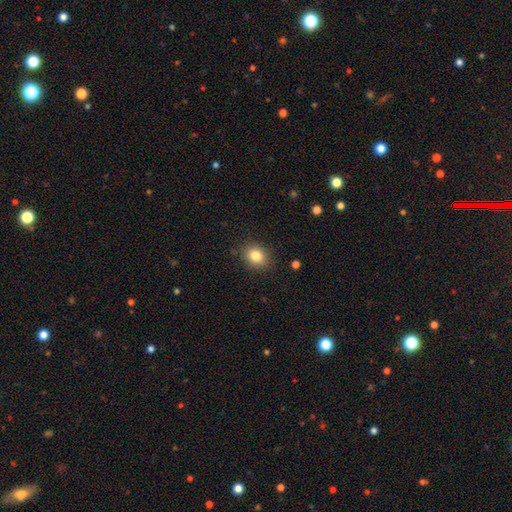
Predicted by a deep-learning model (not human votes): Smooth or featured? smooth (83%)
How rounded? round (55%)
Merging? none (87%)